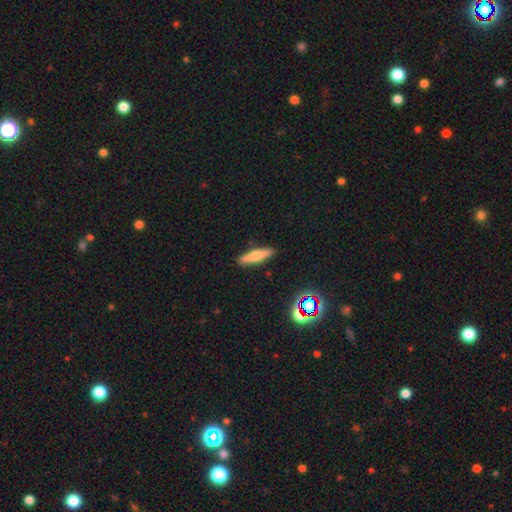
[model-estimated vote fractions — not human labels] Smooth or featured? smooth (53%)
How rounded? cigar-shaped (81%)
Merging? none (90%)